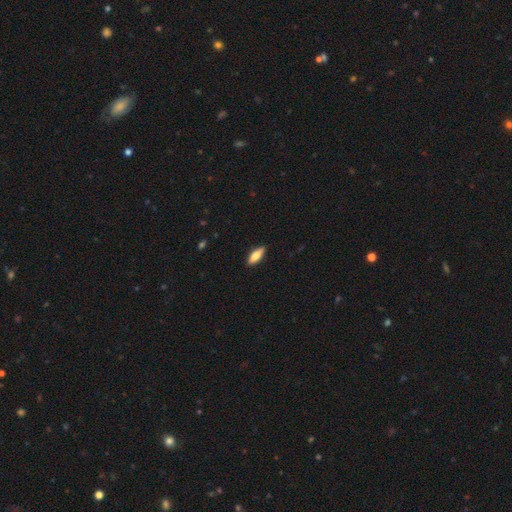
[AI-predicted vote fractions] A smooth galaxy with no disk features (72%) that is in between round and cigar-shaped (57%).

Vote fractions:
- Smooth or featured? smooth: 72% / featured or disk: 22% / star or artifact: 6%
- How rounded? in between: 57% / cigar-shaped: 41% / round: 2%
- Merging? none: 89% / minor disturbance: 9% / major disturbance: 2% / merger: 1%